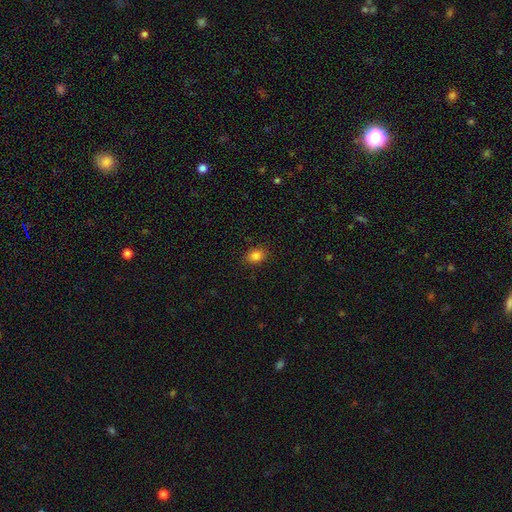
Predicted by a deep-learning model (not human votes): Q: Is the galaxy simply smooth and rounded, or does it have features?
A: smooth — 84%.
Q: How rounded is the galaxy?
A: in between — 64%.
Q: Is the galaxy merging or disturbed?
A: none — 86%.